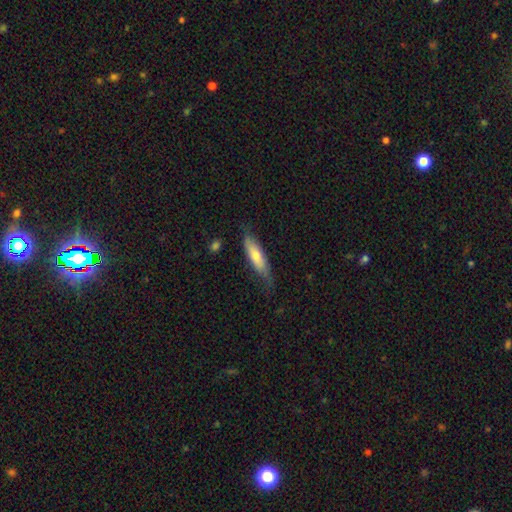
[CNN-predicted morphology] smooth_or_featured: smooth (p=0.55) [alt: featured or disk p=0.38]
how_rounded: cigar-shaped (p=0.69) [alt: in between p=0.29]
merging: none (p=0.67) [alt: minor disturbance p=0.25]